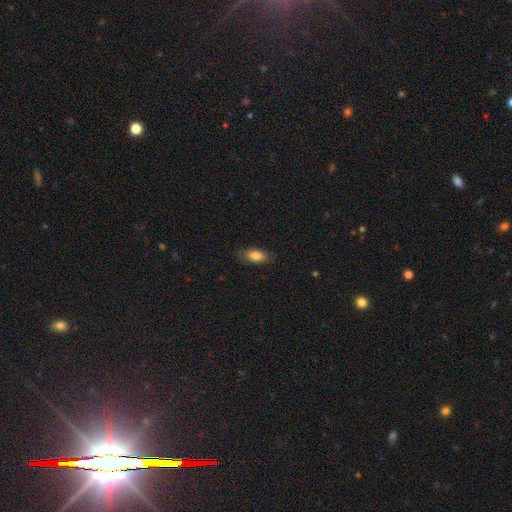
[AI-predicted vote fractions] smooth 81%, featured or disk 12%, star or artifact 7%. Down the decision tree: how rounded — in between (86%); merging — none (77%).